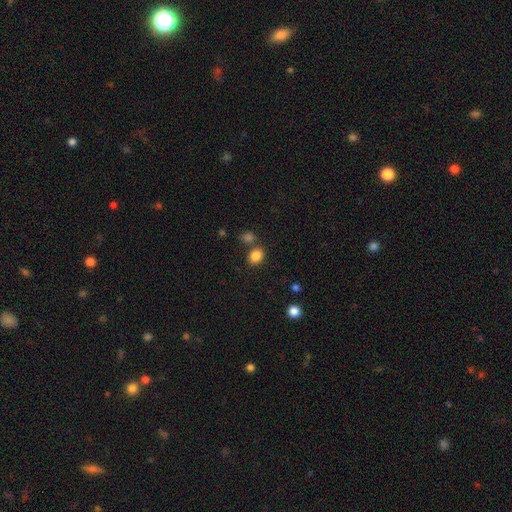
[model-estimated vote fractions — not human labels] This appears to be a smooth galaxy with no disk features (85%) that is round (50%). Merging: none (70%).